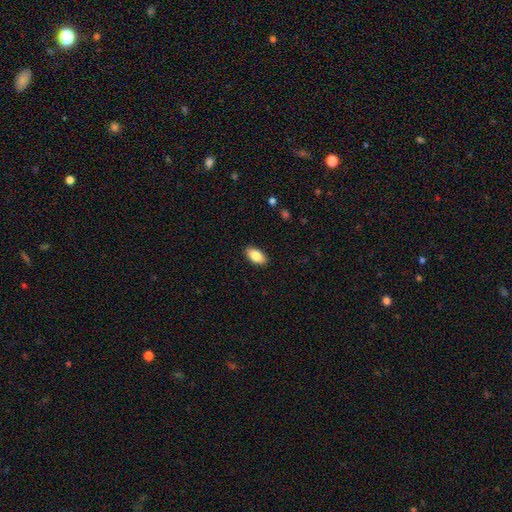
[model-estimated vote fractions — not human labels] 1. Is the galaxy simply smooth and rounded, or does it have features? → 85% smooth, 9% featured or disk, 7% star or artifact.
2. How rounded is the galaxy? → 93% in between, 4% cigar-shaped, 3% round.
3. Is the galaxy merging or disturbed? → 89% none, 8% minor disturbance, 2% major disturbance, 1% merger.